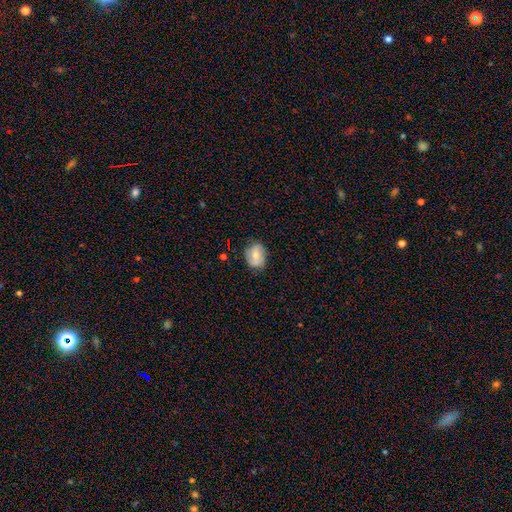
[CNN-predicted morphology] smooth-or-featured: smooth: 58% | featured or disk: 34% | star or artifact: 8%
  how-rounded: in between: 64% | round: 34% | cigar-shaped: 1%
  merging: none: 77% | minor disturbance: 18% | major disturbance: 4% | merger: 1%